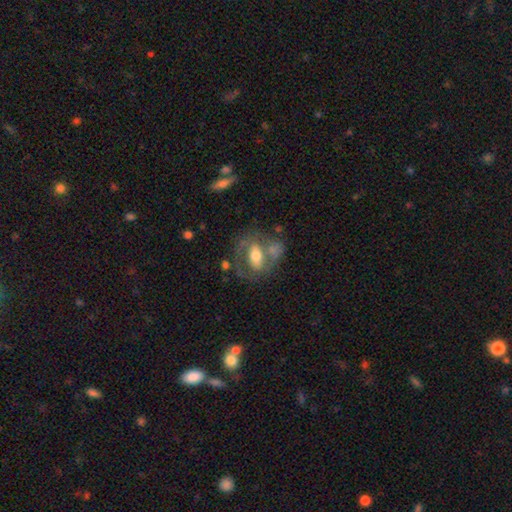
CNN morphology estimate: Smooth or featured?
  - featured or disk: 55% *
  - smooth: 38%
  - star or artifact: 7%
Edge-on disk?
  - no: 90% *
  - yes: 10%
Merging?
  - none: 46% *
  - merger: 23%
  - minor disturbance: 17%
  - major disturbance: 14%